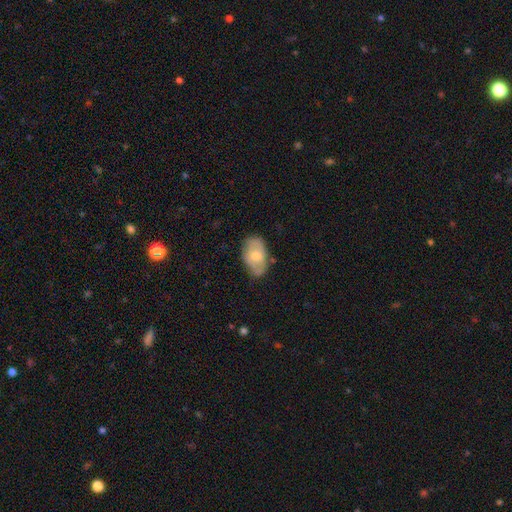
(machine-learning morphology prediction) Q: Smooth or featured?
A: smooth (60%); runner-up: featured or disk (34%)
Q: How rounded?
A: in between (91%); runner-up: round (7%)
Q: Merging?
A: none (59%); runner-up: minor disturbance (31%)